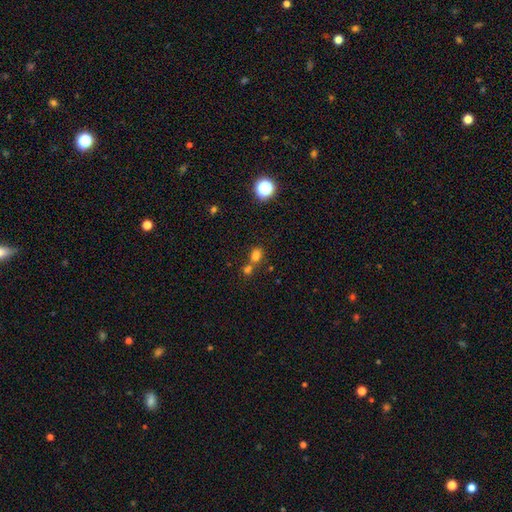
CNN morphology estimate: Smooth or featured? Predicted: smooth (p=0.72). How rounded? Predicted: in between (p=0.62). Merging? Predicted: merger (p=0.44).